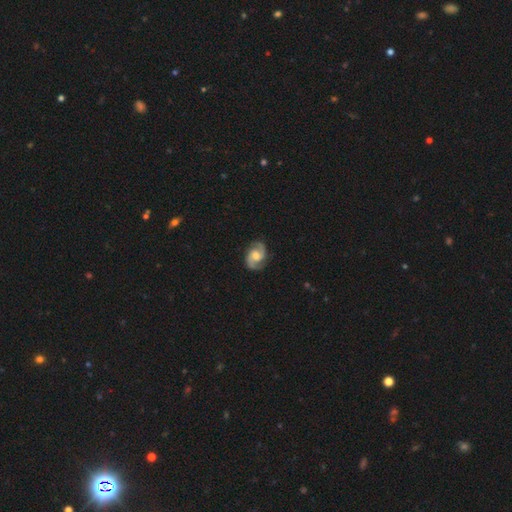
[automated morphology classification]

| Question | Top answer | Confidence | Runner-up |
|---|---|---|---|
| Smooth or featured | featured or disk | 90% | smooth (6%) |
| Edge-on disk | no | 98% | yes (2%) |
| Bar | no | 54% | weak (37%) |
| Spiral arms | yes | 98% | no (2%) |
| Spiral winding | medium | 57% | tight (29%) |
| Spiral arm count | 2 | 94% | can't tell (2%) |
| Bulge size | moderate | 63% | small (23%) |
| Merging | none | 85% | minor disturbance (11%) |